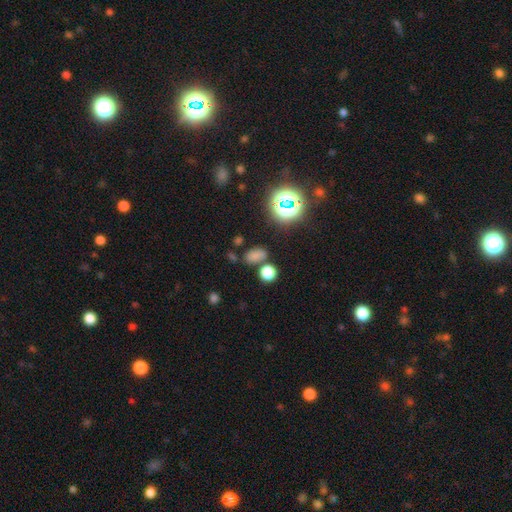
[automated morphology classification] Smooth or featured: smooth — 68% (star or artifact — 25%)
How rounded: in between — 79% (round — 18%)
Merging: none — 70% (minor disturbance — 13%)